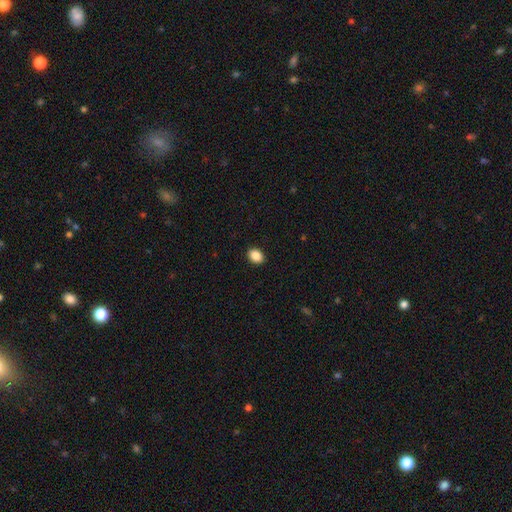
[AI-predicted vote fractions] Q: Smooth or featured?
A: smooth (89%); runner-up: star or artifact (8%)
Q: How rounded?
A: in between (69%); runner-up: round (30%)
Q: Merging?
A: none (91%); runner-up: minor disturbance (6%)